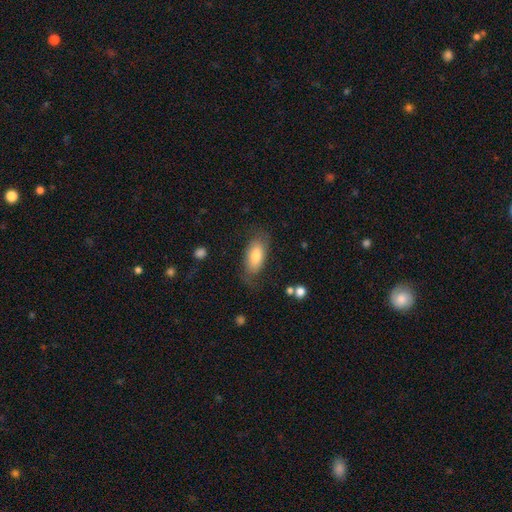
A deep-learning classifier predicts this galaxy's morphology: Smooth or featured: smooth — 69% (featured or disk — 25%)
How rounded: in between — 90% (cigar-shaped — 6%)
Merging: none — 67% (minor disturbance — 21%)